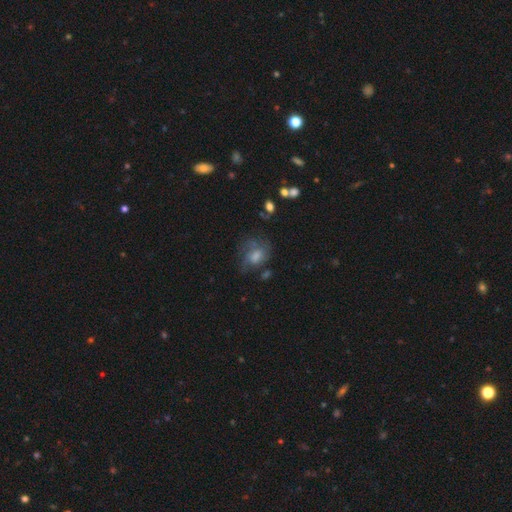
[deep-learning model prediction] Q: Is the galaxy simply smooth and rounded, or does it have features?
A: smooth — 52%.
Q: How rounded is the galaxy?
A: in between — 64%.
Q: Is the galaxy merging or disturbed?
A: none — 44%.